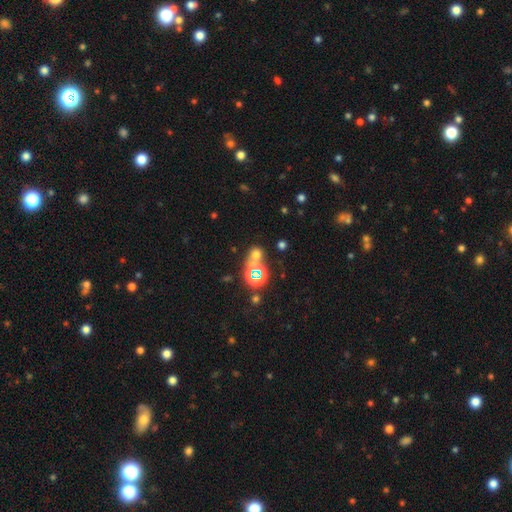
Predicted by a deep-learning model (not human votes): Smooth or featured: smooth — 48% (star or artifact — 42%)
Merging: none — 51% (merger — 32%)